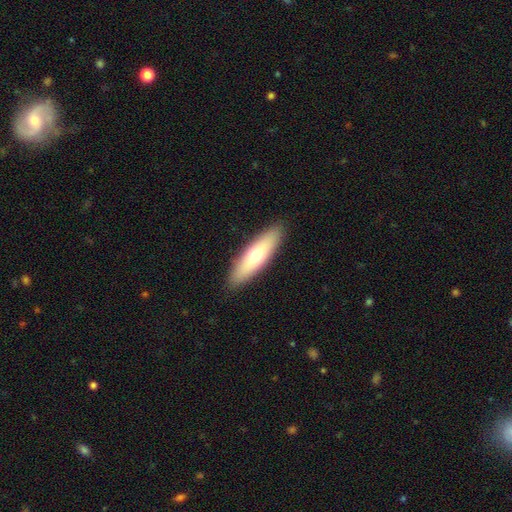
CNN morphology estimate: A smooth galaxy with no disk features (61%) that is cigar-shaped (58%). Merging: none (90%).